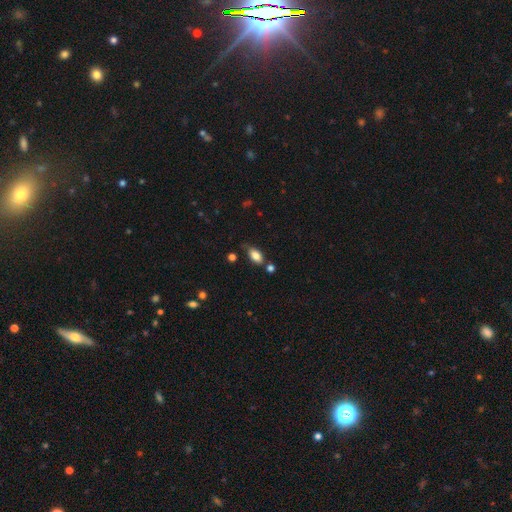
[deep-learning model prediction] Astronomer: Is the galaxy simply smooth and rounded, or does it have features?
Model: smooth — 81%.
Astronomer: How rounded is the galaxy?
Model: in between — 89%.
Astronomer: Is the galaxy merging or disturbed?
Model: none — 64%.